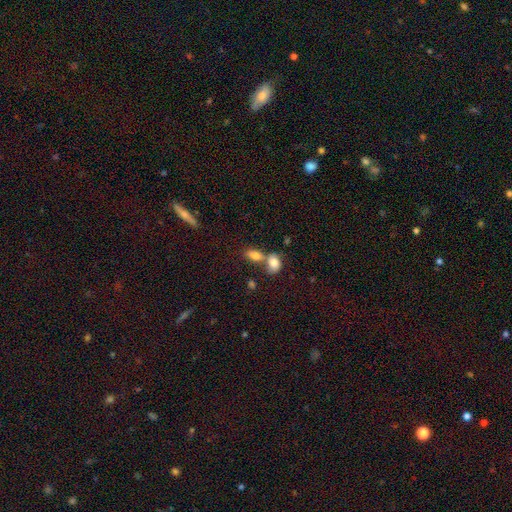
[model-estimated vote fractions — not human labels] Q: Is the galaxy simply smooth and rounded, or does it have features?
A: smooth — 77%.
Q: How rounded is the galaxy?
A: in between — 80%.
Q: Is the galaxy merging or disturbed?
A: merger — 52%.